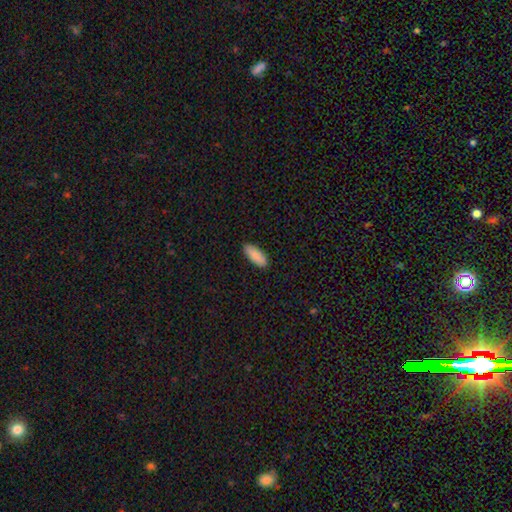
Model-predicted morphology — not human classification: Overall: smooth (87%). How rounded: in between (81%). Merging: none (89%).